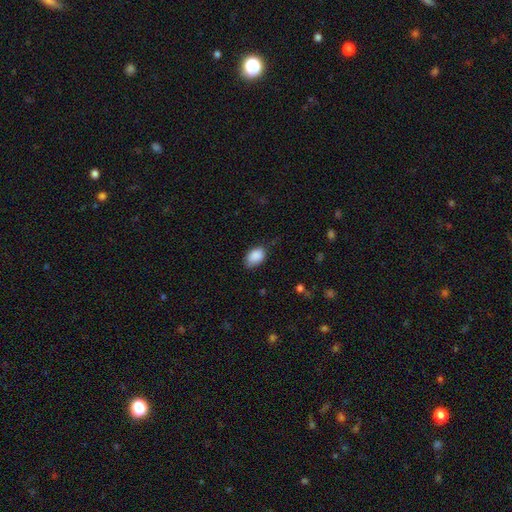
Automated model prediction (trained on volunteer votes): This is clearly a smooth galaxy (89%). How rounded: clearly in between (87%). Merging: likely none (69%).